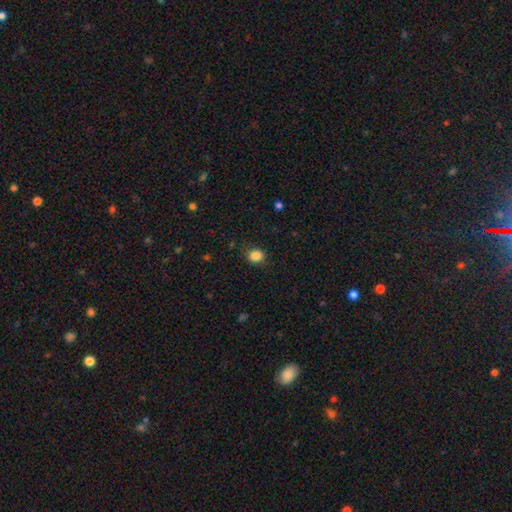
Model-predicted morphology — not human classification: Smooth or featured? smooth (85%)
How rounded? round (72%)
Merging? none (83%)